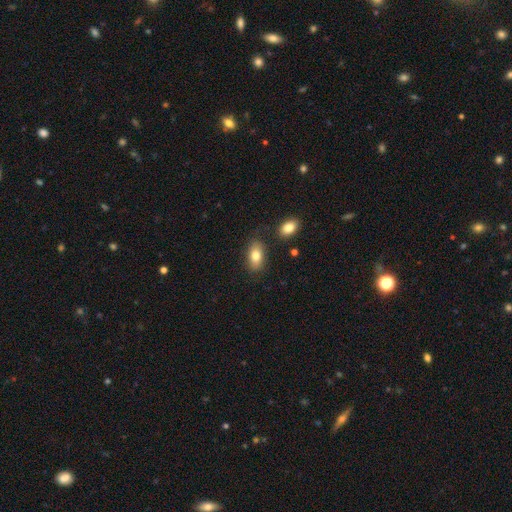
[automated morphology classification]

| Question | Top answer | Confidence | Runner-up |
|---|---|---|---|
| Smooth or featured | smooth | 80% | featured or disk (12%) |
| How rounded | in between | 90% | round (6%) |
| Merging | none | 78% | minor disturbance (13%) |